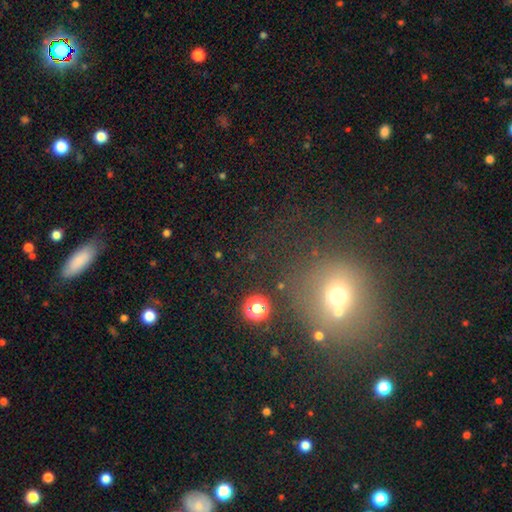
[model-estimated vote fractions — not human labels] Q: Smooth or featured?
A: smooth (49%); runner-up: star or artifact (39%)
Q: Merging?
A: none (72%); runner-up: minor disturbance (13%)